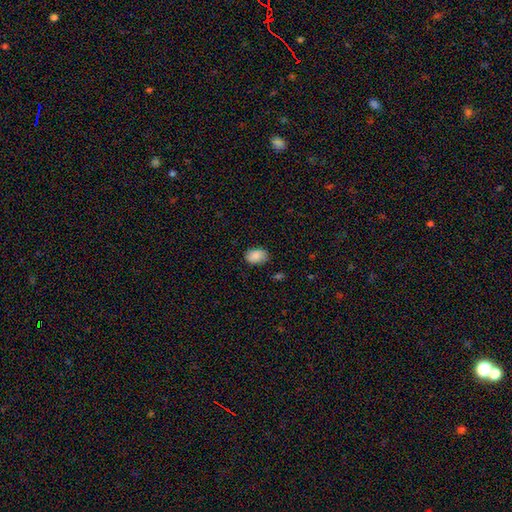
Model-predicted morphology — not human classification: type=smooth (87%); roundness=in between (83%); merging=none (76%).